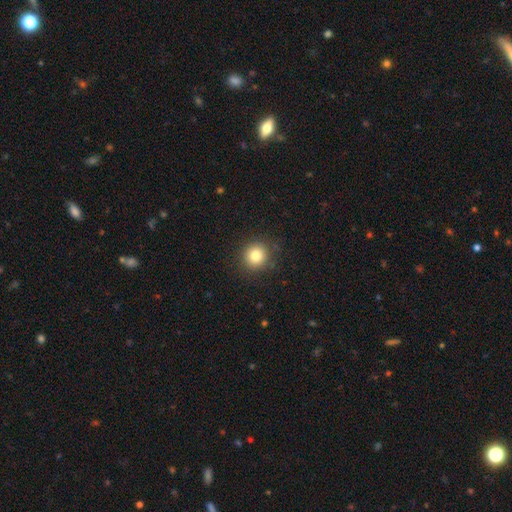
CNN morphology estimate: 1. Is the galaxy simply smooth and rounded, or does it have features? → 81% smooth, 12% star or artifact, 7% featured or disk.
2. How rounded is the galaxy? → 91% round, 8% in between, 1% cigar-shaped.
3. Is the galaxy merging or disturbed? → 89% none, 8% minor disturbance, 3% major disturbance, 1% merger.